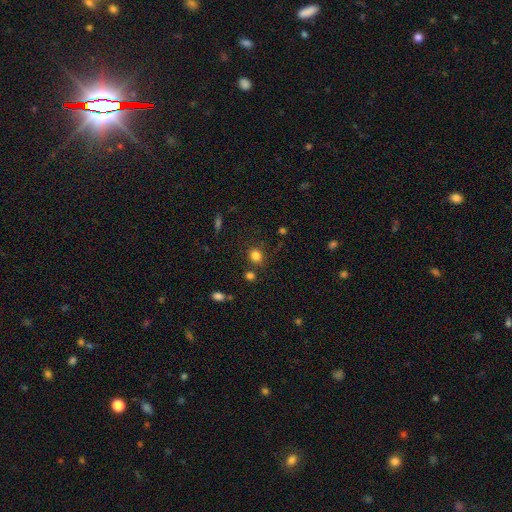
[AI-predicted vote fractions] This appears to be a smooth galaxy with no disk features (82%) that is round (69%). Merging: none (79%).